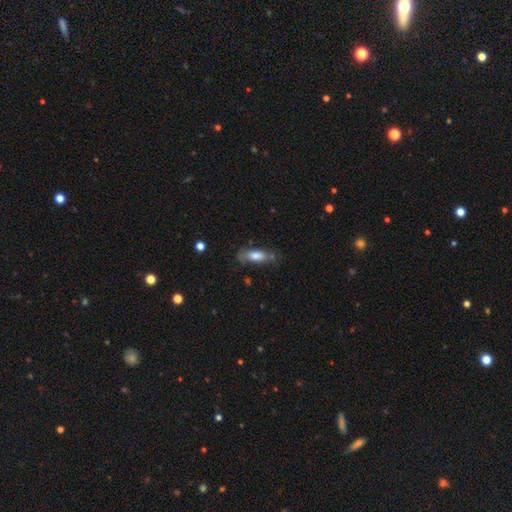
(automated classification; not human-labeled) Morphology: type=smooth (71%); roundness=in between (66%); merging=none (61%).